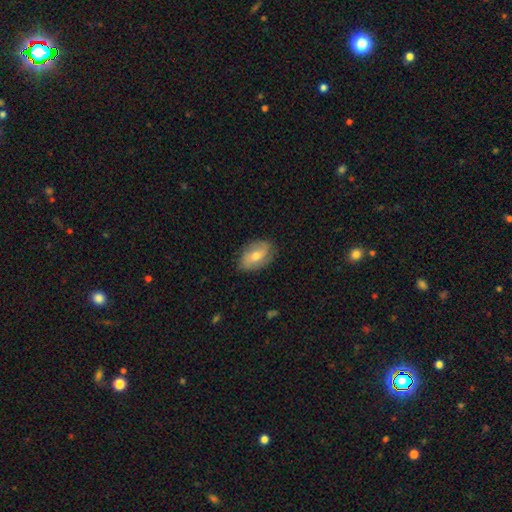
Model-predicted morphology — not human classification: smooth_or_featured: smooth (p=0.54) [alt: featured or disk p=0.39]
how_rounded: in between (p=0.87) [alt: round p=0.10]
merging: none (p=0.80) [alt: minor disturbance p=0.15]